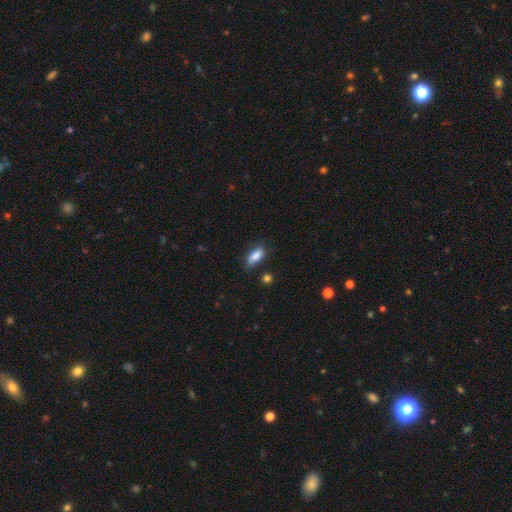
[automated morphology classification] The model was most divided on "merging": none: 68%, minor disturbance: 24%, major disturbance: 5%, merger: 3%. More confident: smooth or featured — smooth (84%); how rounded — in between (77%).